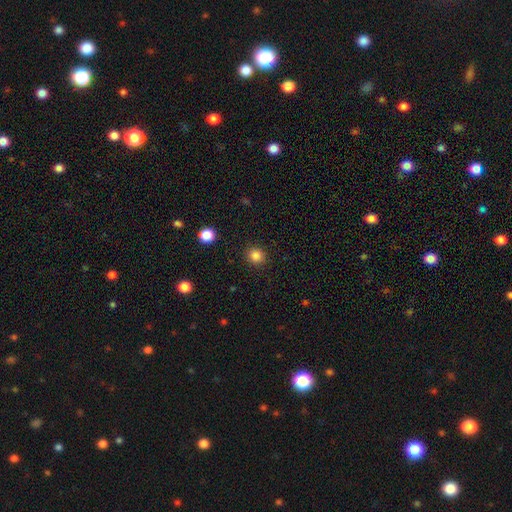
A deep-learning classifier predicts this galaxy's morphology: Overall: smooth (84%). How rounded: round (87%). Merging: none (91%).